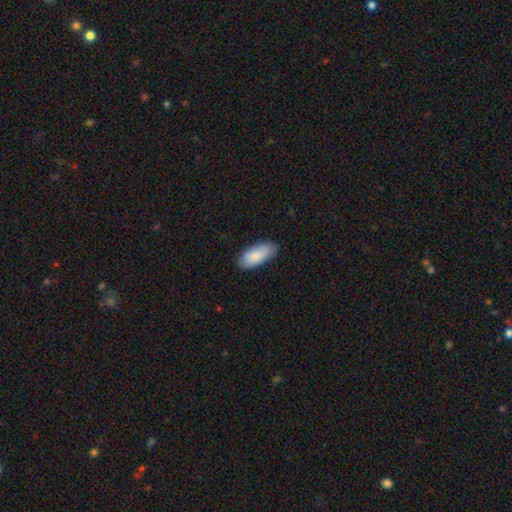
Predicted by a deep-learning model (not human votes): smooth-or-featured: smooth: 86% | featured or disk: 8% | star or artifact: 6%
  how-rounded: in between: 87% | cigar-shaped: 12% | round: 2%
  merging: none: 84% | minor disturbance: 13% | major disturbance: 2% | merger: 1%